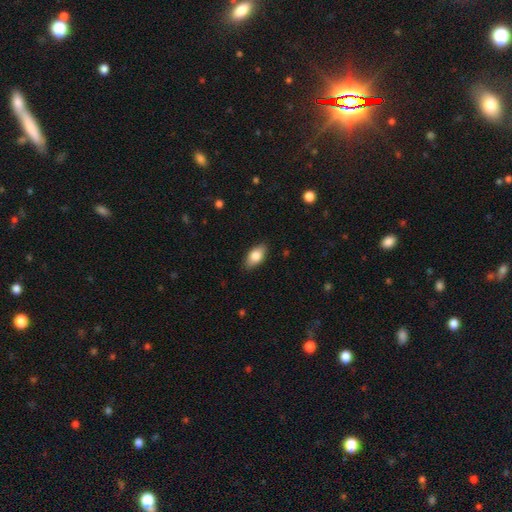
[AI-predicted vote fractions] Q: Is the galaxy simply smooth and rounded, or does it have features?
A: smooth — 82%.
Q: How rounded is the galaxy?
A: in between — 92%.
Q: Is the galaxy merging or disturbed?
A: none — 87%.